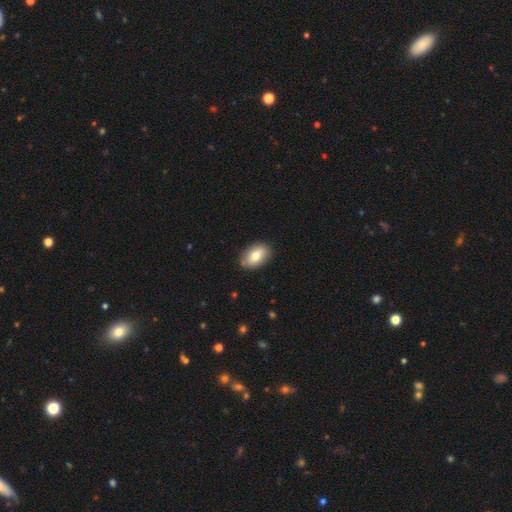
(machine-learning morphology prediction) Overall: smooth (75%). How rounded: in between (89%). Merging: none (86%).